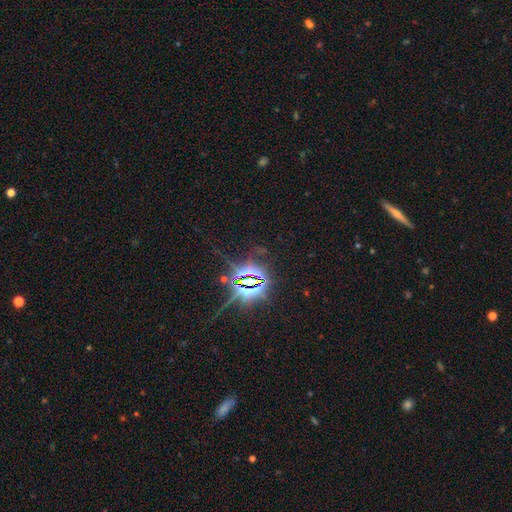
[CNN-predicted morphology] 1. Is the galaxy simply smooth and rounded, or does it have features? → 84% star or artifact, 8% smooth, 8% featured or disk.